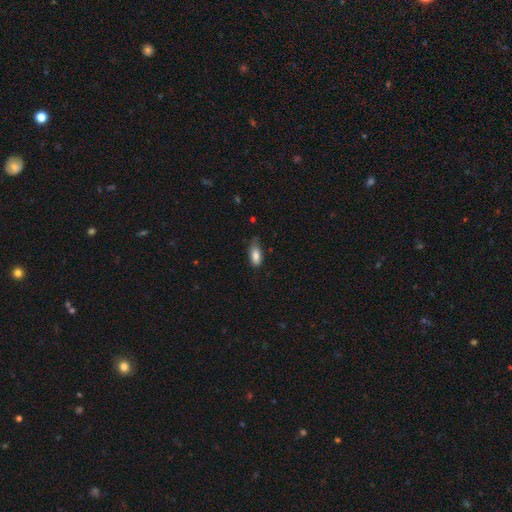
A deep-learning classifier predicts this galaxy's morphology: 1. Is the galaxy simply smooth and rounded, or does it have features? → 84% smooth, 9% featured or disk, 7% star or artifact.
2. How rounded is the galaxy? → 85% in between, 12% cigar-shaped, 3% round.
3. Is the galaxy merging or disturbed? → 54% none, 36% minor disturbance, 8% major disturbance, 2% merger.